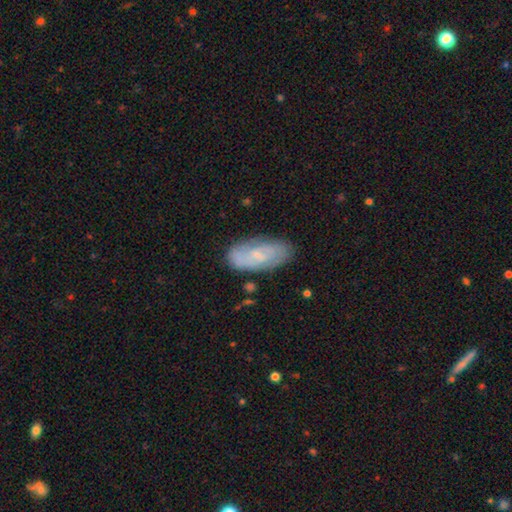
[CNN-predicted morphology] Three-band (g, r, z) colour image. It shows a featured or disk galaxy (47%). Merging: none (78%).